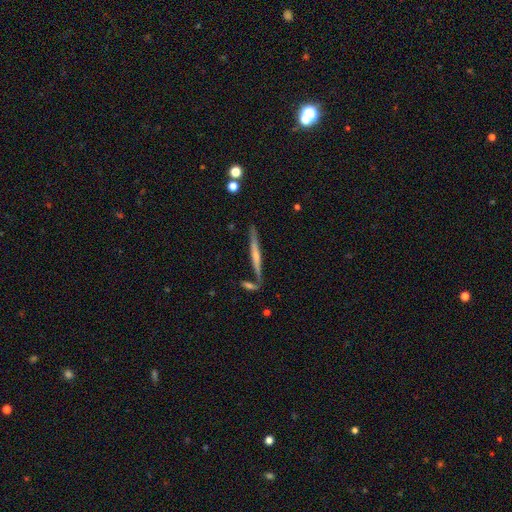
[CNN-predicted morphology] Smooth or featured? featured or disk (67%)
Edge-on disk? yes (96%)
Edge-on bulge? rounded (55%)
Merging? none (80%)